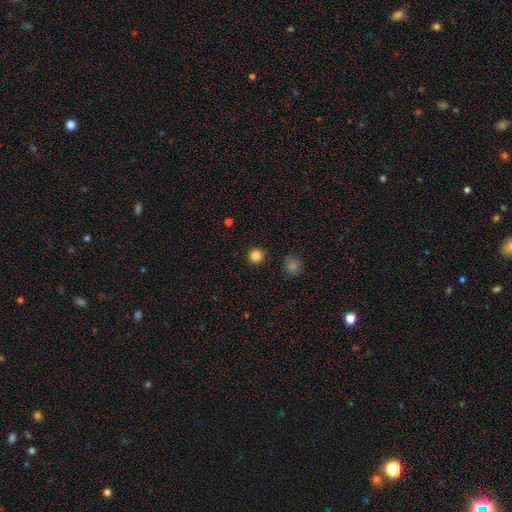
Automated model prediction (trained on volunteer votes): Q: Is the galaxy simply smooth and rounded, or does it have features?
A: smooth — 84%.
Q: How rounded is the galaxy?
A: round — 95%.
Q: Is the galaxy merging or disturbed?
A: none — 90%.